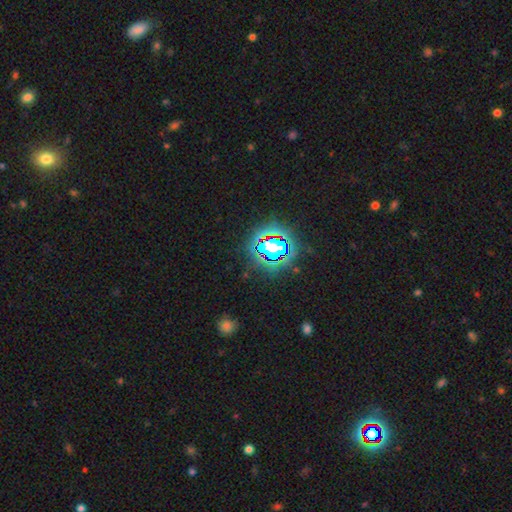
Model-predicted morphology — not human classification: smooth-or-featured: star or artifact: 78% | smooth: 14% | featured or disk: 8%